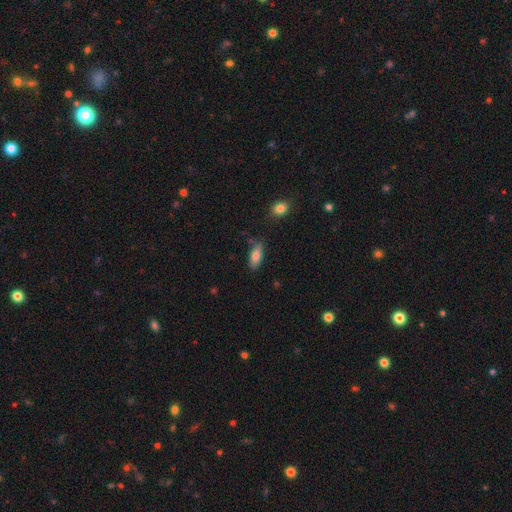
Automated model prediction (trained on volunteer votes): A smooth galaxy with no disk features (82%) that is in between round and cigar-shaped (82%).

Vote fractions:
- Smooth or featured? smooth: 82% / featured or disk: 10% / star or artifact: 7%
- How rounded? in between: 82% / cigar-shaped: 16% / round: 3%
- Merging? none: 73% / minor disturbance: 19% / merger: 4% / major disturbance: 4%